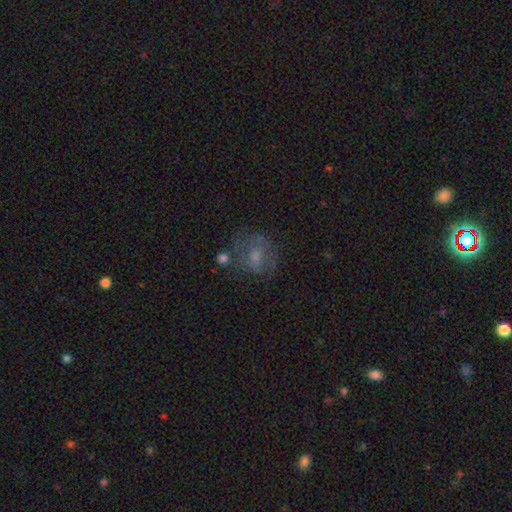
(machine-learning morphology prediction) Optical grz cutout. It shows a smooth galaxy with no disk features (48%). Merging: none (52%).